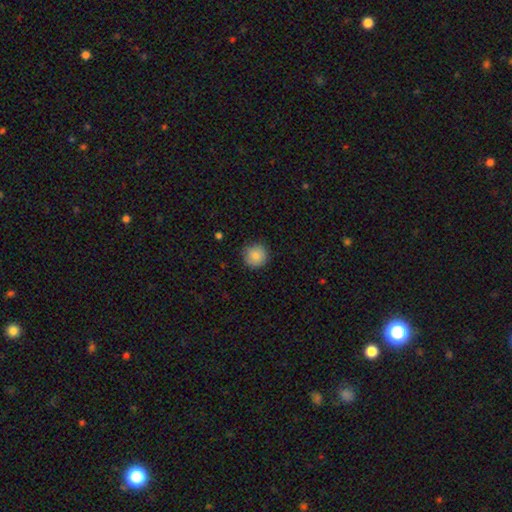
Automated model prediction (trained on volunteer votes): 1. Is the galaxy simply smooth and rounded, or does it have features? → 86% smooth, 9% star or artifact, 5% featured or disk.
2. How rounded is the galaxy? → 95% round, 4% in between, 1% cigar-shaped.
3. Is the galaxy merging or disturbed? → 86% none, 11% minor disturbance, 2% major disturbance, 1% merger.